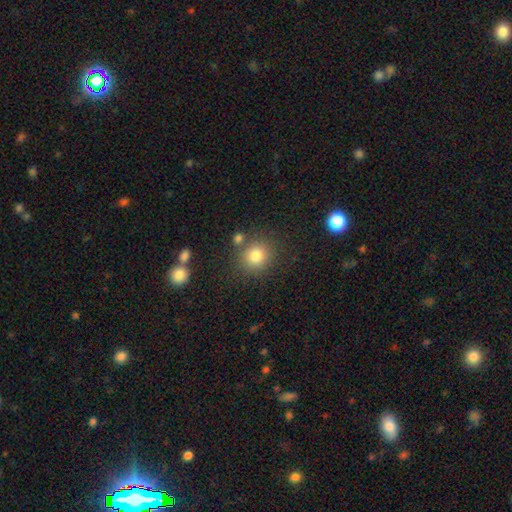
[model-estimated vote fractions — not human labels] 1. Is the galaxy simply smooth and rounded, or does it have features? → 80% smooth, 13% star or artifact, 7% featured or disk.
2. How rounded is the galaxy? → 85% round, 14% in between, 1% cigar-shaped.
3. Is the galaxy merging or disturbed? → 78% none, 10% minor disturbance, 8% merger, 4% major disturbance.